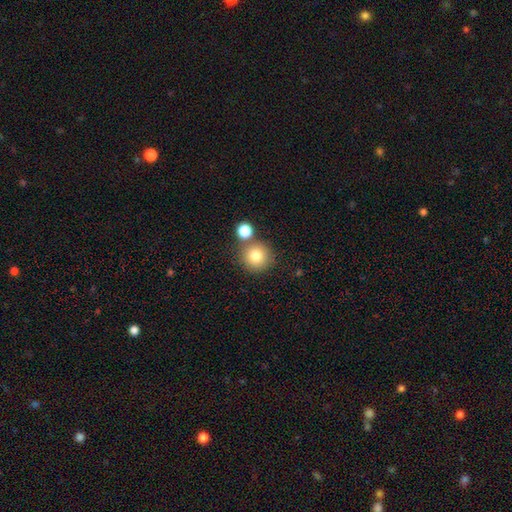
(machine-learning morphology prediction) This is clearly a smooth galaxy (81%). How rounded: clearly round (93%). Merging: likely none (70%).